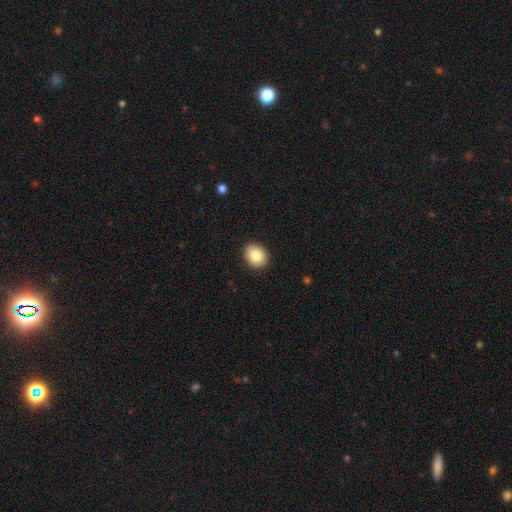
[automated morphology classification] Smooth or featured? smooth (84%)
How rounded? round (55%)
Merging? none (90%)